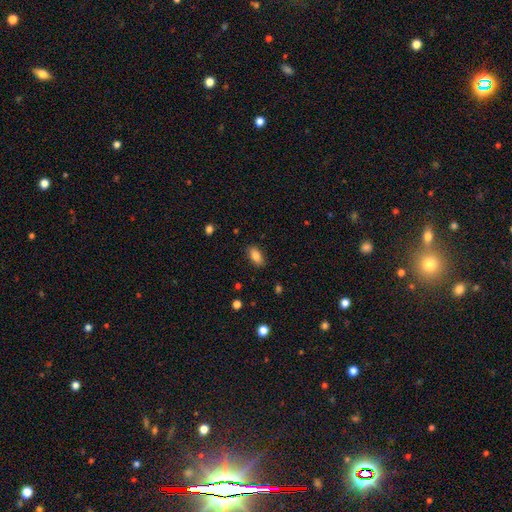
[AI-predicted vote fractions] The model was most divided on "smooth or featured": smooth: 84%, star or artifact: 8%, featured or disk: 8%. More confident: how rounded — in between (90%); merging — none (86%).